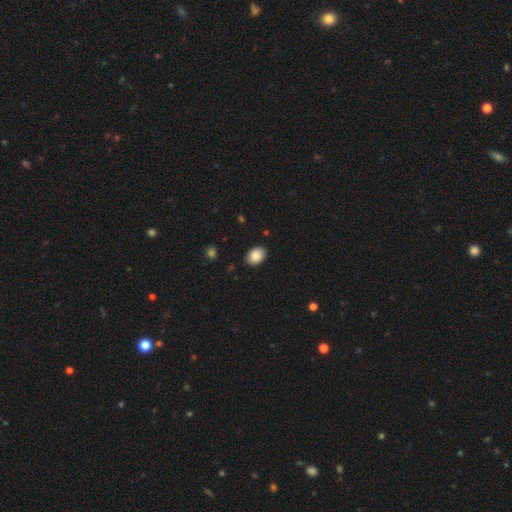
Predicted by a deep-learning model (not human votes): Q: Smooth or featured?
A: smooth (87%); runner-up: star or artifact (7%)
Q: How rounded?
A: in between (78%); runner-up: round (21%)
Q: Merging?
A: none (88%); runner-up: minor disturbance (9%)